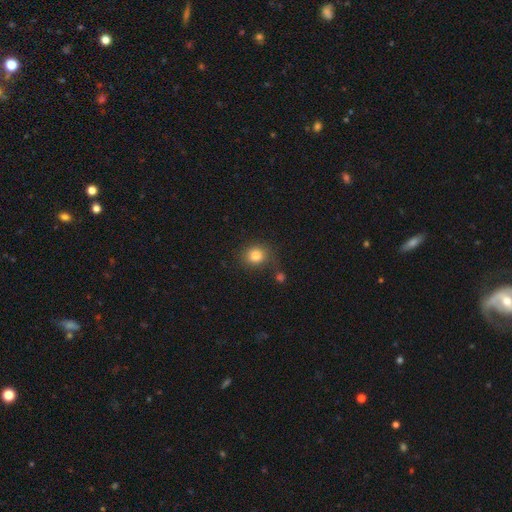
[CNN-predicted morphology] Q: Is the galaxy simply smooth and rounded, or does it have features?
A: smooth — 82%.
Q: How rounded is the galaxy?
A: round — 82%.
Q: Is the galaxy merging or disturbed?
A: none — 77%.